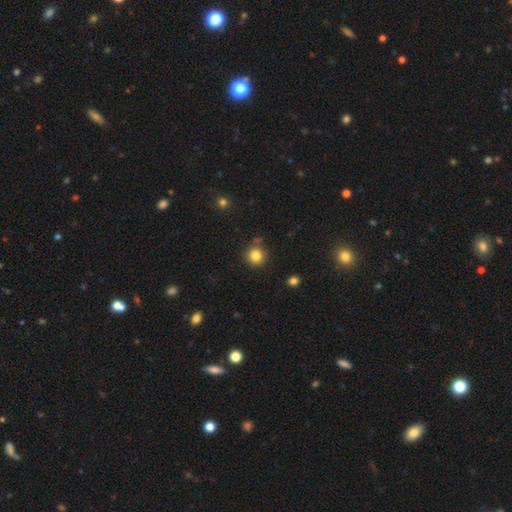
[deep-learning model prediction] Smooth or featured? smooth (83%)
How rounded? round (93%)
Merging? none (81%)